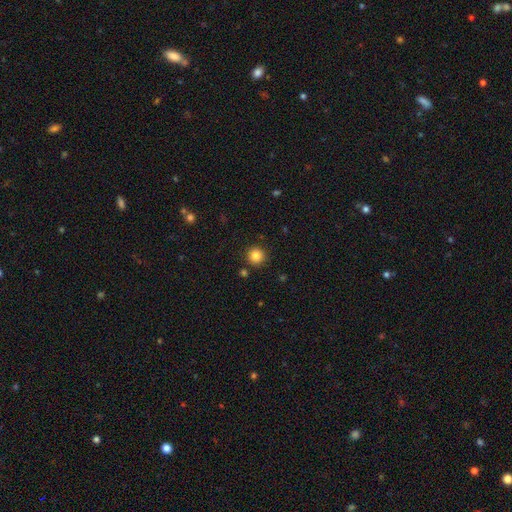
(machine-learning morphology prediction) Q: Smooth or featured?
A: smooth (85%); runner-up: star or artifact (11%)
Q: How rounded?
A: round (95%); runner-up: in between (4%)
Q: Merging?
A: none (90%); runner-up: minor disturbance (6%)